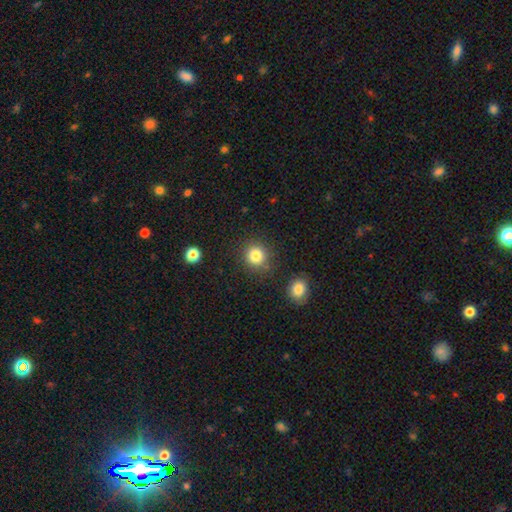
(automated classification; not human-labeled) Q: Smooth or featured?
A: smooth (84%); runner-up: star or artifact (11%)
Q: How rounded?
A: round (90%); runner-up: in between (9%)
Q: Merging?
A: none (84%); runner-up: minor disturbance (8%)